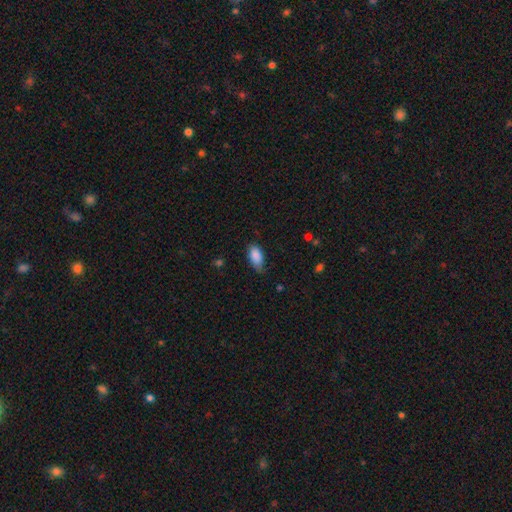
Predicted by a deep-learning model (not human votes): Smooth or featured: smooth — 87% (star or artifact — 7%)
How rounded: in between — 91% (cigar-shaped — 5%)
Merging: none — 57% (minor disturbance — 35%)